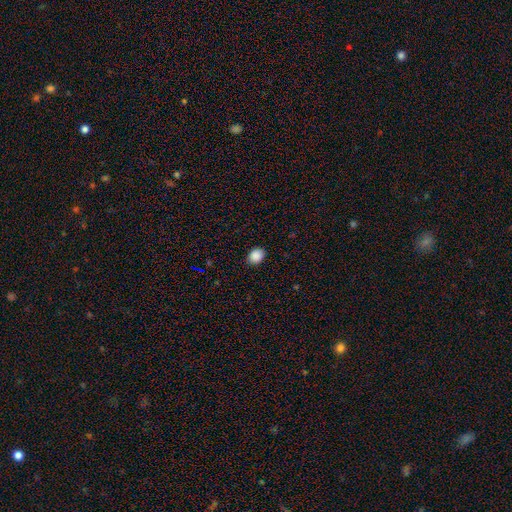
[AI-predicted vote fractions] Smooth or featured? smooth (89%)
How rounded? in between (56%)
Merging? none (88%)